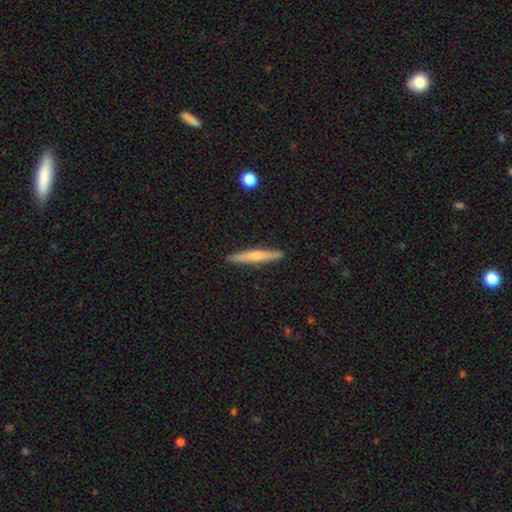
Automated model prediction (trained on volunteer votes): The model was most divided on "smooth or featured": smooth: 51%, featured or disk: 43%, star or artifact: 6%. More confident: how rounded — cigar-shaped (94%); merging — none (90%).